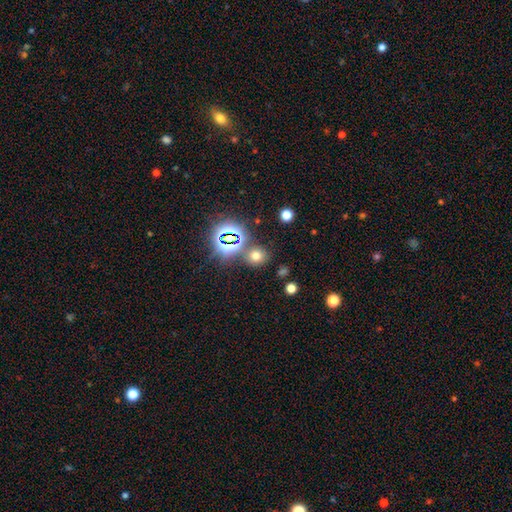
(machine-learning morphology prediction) type=smooth (61%); roundness=round (77%); merging=none (78%).